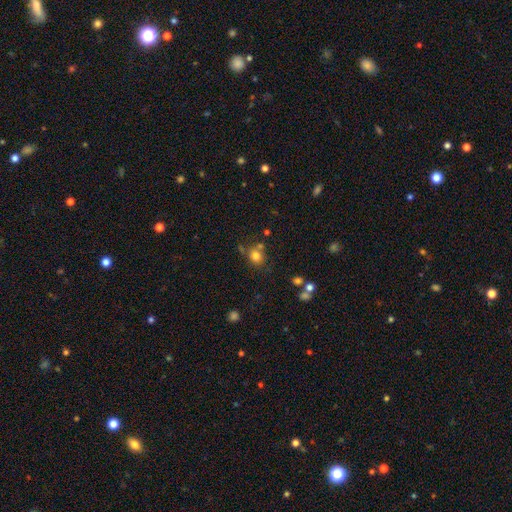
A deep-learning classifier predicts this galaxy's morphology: type=smooth (78%); roundness=round (80%); merging=none (67%).